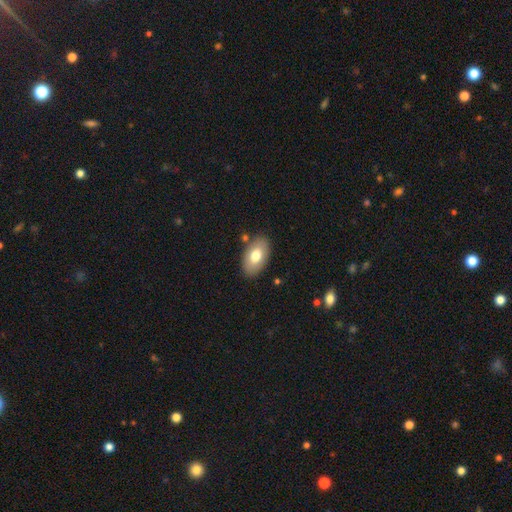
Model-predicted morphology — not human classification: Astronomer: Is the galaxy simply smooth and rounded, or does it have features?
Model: smooth — 72%.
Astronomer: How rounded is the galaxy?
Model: in between — 93%.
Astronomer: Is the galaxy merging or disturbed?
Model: none — 83%.